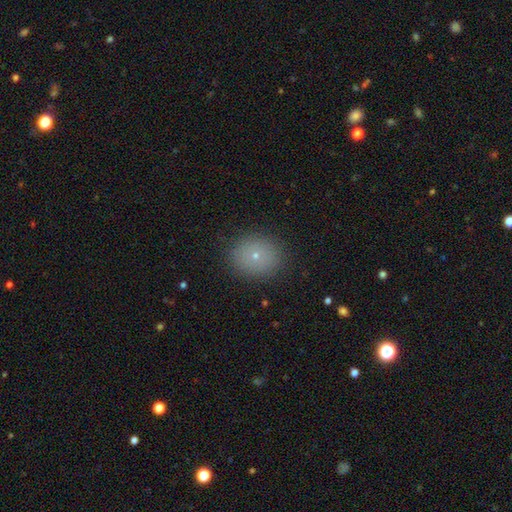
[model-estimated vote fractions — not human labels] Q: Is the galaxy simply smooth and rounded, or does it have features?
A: smooth — 71%.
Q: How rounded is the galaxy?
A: round — 68%.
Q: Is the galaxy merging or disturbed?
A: none — 88%.